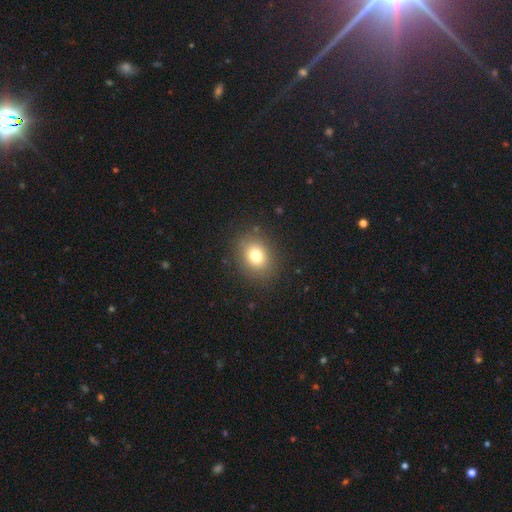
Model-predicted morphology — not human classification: smooth-or-featured: smooth: 77% | star or artifact: 12% | featured or disk: 11%
  how-rounded: round: 53% | in between: 46% | cigar-shaped: 1%
  merging: none: 86% | minor disturbance: 9% | major disturbance: 4% | merger: 1%